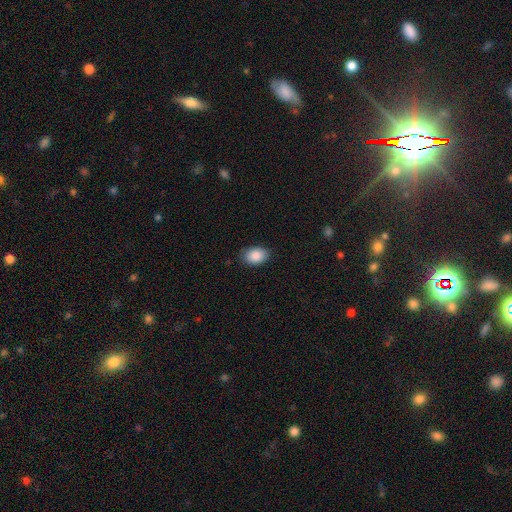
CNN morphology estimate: Overall: smooth (88%). How rounded: in between (82%). Merging: none (86%).